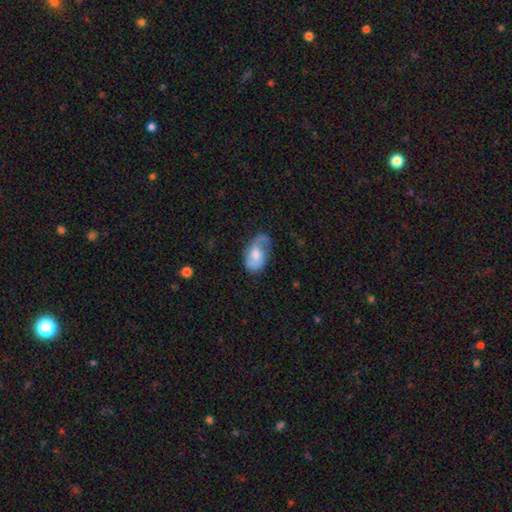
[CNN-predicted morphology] Overall: featured or disk (61%; smooth 32%). Edge-on disk: no (96%). Bar: no (58%; weak 36%). Spiral arms: yes (88%). Spiral arm count: 2 (72%). Spiral winding: loose (44%; medium 40%). Bulge size: moderate (52%; small 23%). Merging: none (55%; minor disturbance 28%).